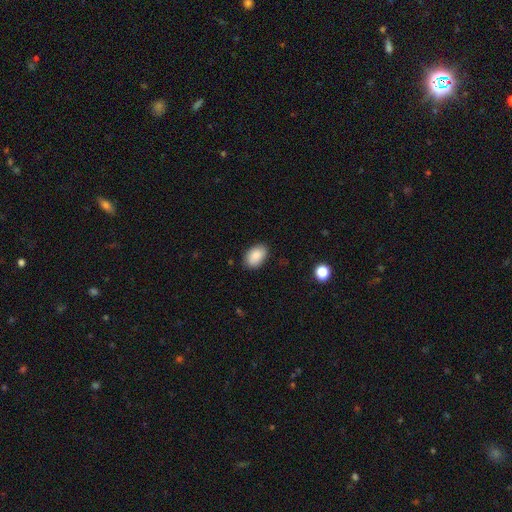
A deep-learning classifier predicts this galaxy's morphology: Smooth or featured? Predicted: smooth (p=0.88). How rounded? Predicted: in between (p=0.90). Merging? Predicted: none (p=0.84).